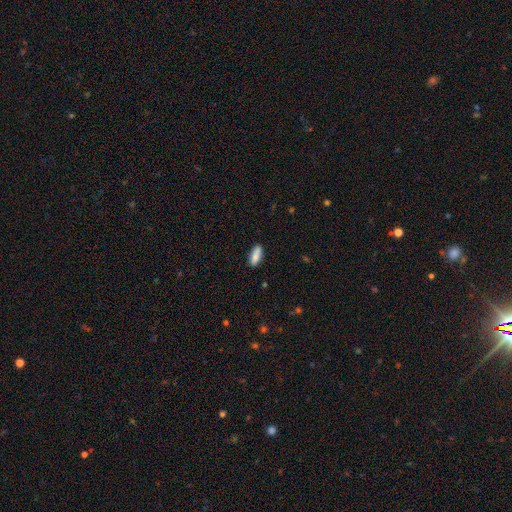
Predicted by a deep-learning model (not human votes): A smooth galaxy with no disk features (84%) that is in between round and cigar-shaped (75%). Merging: none (84%).